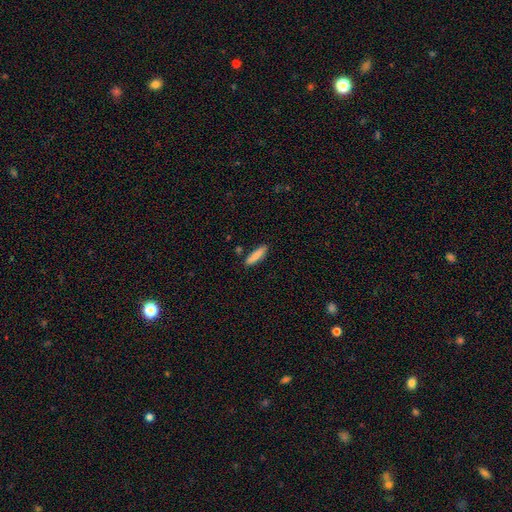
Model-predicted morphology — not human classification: Smooth or featured: smooth — 84% (featured or disk — 9%)
How rounded: cigar-shaped — 73% (in between — 25%)
Merging: none — 85% (minor disturbance — 10%)